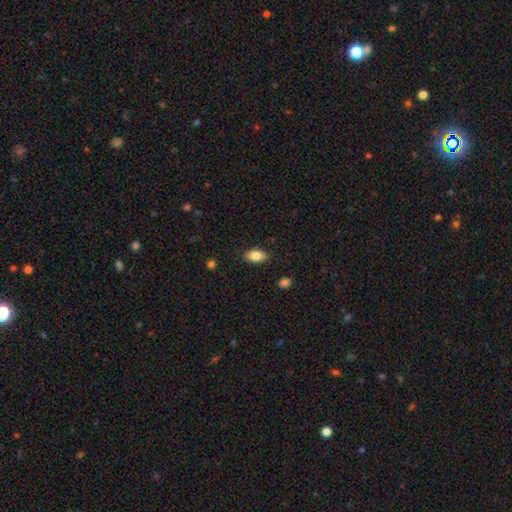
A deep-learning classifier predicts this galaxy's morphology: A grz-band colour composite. It shows a smooth galaxy with no disk features (82%) that is in between round and cigar-shaped (90%). Merging: none (85%).